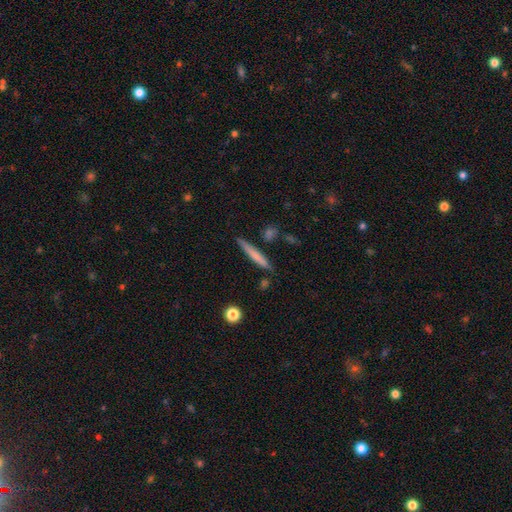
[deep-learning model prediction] smooth_or_featured: smooth (p=0.61) [alt: featured or disk p=0.33]
how_rounded: cigar-shaped (p=0.95) [alt: in between p=0.03]
merging: none (p=0.83) [alt: minor disturbance p=0.11]